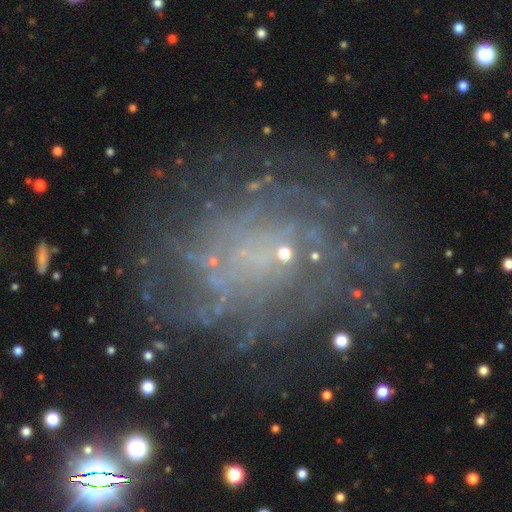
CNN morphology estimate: Smooth or featured? Predicted: featured or disk (p=0.59). Edge-on disk? Predicted: no (p=0.97). Bar? Predicted: no (p=0.80). Spiral arms? Predicted: yes (p=0.62). Bulge size? Predicted: small (p=0.51). Merging? Predicted: none (p=0.68).